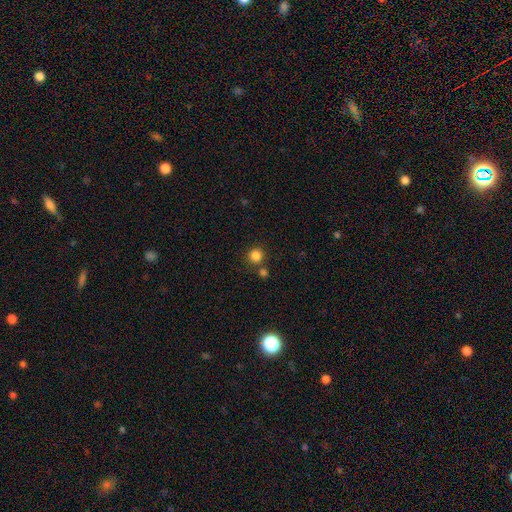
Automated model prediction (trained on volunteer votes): The model was most divided on "merging": none: 75%, merger: 14%, minor disturbance: 8%, major disturbance: 3%. More confident: how rounded — round (92%); smooth or featured — smooth (84%).